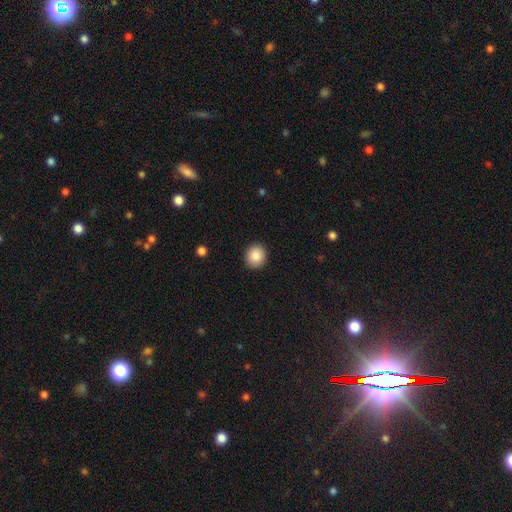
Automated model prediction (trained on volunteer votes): Q: Smooth or featured?
A: smooth (87%); runner-up: star or artifact (8%)
Q: How rounded?
A: round (81%); runner-up: in between (18%)
Q: Merging?
A: none (91%); runner-up: minor disturbance (6%)